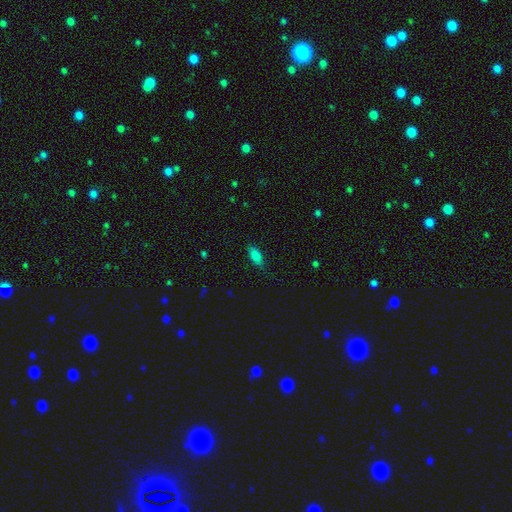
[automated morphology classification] A smooth galaxy with no disk features (79%) that is in between round and cigar-shaped (76%).

Vote fractions:
- Smooth or featured? smooth: 79% / featured or disk: 12% / star or artifact: 9%
- How rounded? in between: 76% / cigar-shaped: 21% / round: 3%
- Merging? none: 77% / minor disturbance: 18% / major disturbance: 4% / merger: 1%